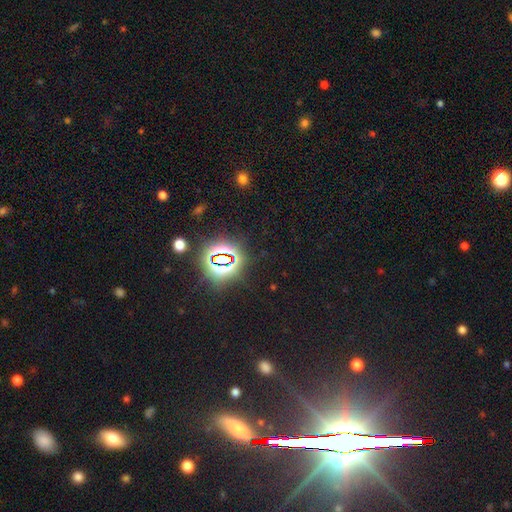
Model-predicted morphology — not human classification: Overall: star or artifact (80%).